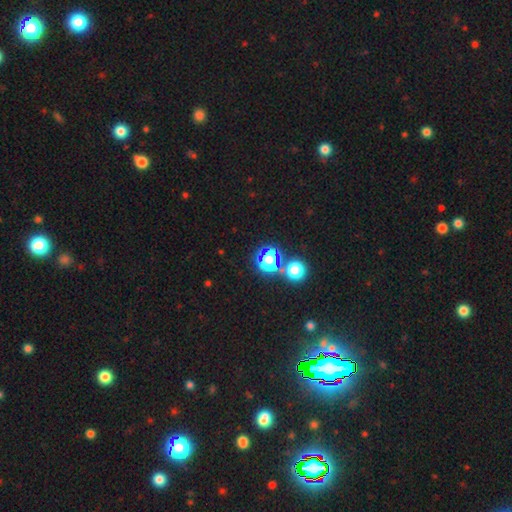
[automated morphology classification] Overall: star or artifact (76%).